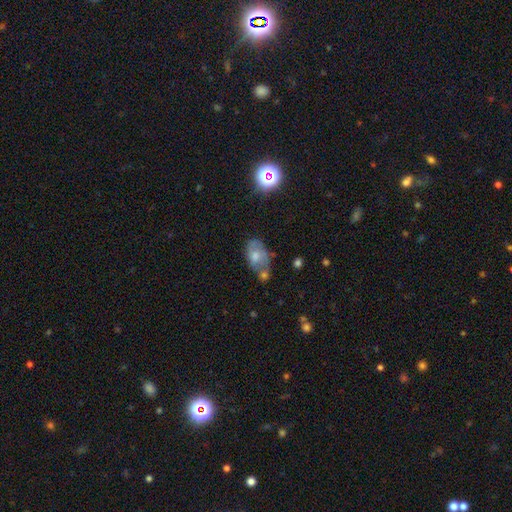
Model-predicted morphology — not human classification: smooth_or_featured: featured or disk (p=0.42) [alt: smooth p=0.40]
merging: none (p=0.47) [alt: minor disturbance p=0.25]